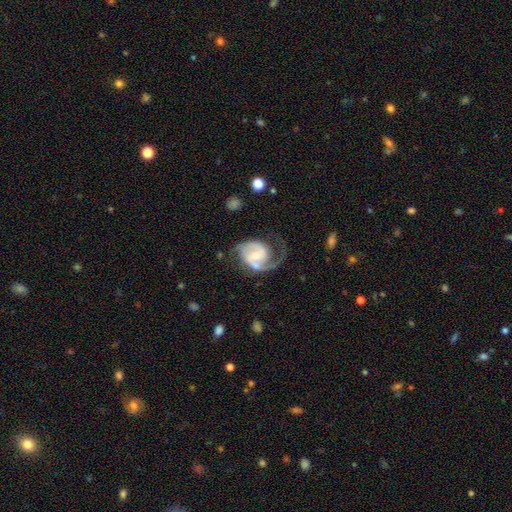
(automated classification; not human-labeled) This appears to be a featured or disk galaxy (90%) with no bar (46%), 2 (80%) medium (52%) spiral arms (97%) and a small central bulge (51%). Merging: none (58%).